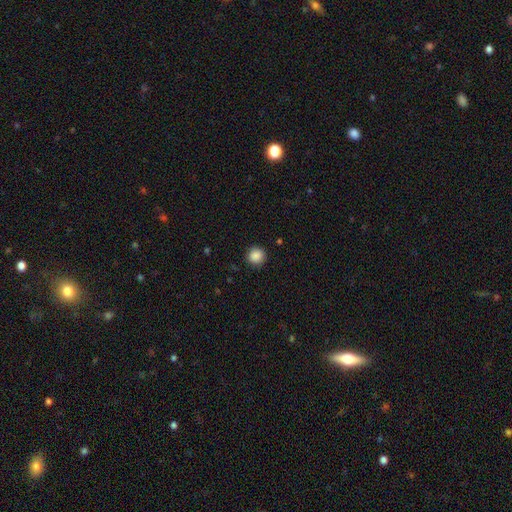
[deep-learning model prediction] Morphology: type=smooth (87%); roundness=round (92%); merging=none (89%).